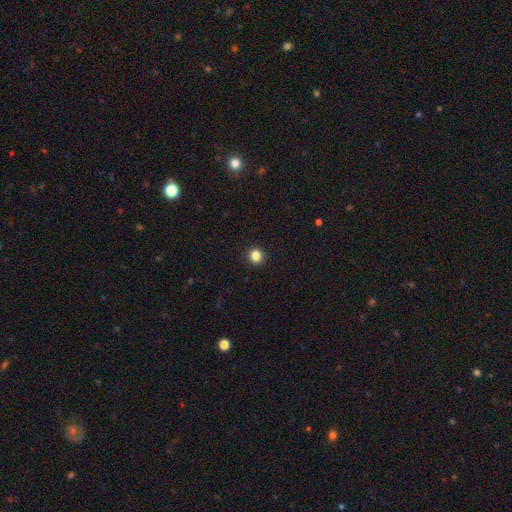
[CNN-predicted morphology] smooth-or-featured: smooth: 84% | star or artifact: 11% | featured or disk: 4%
  how-rounded: round: 85% | in between: 14% | cigar-shaped: 1%
  merging: none: 93% | minor disturbance: 5% | major disturbance: 2% | merger: 1%